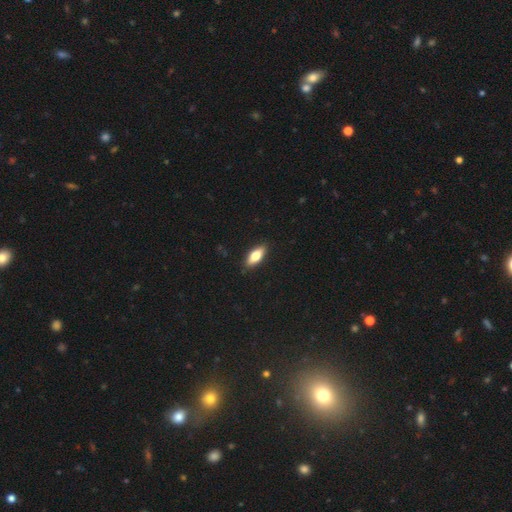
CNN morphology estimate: Smooth or featured? smooth (74%)
How rounded? in between (77%)
Merging? none (89%)